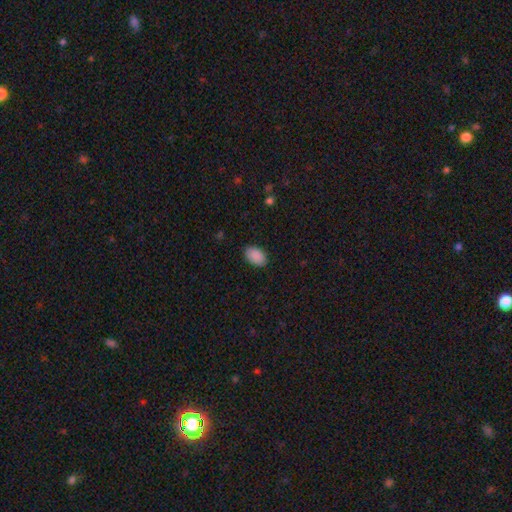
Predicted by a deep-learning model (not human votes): This is clearly a smooth galaxy (90%). How rounded: clearly in between (92%). Merging: clearly none (87%).